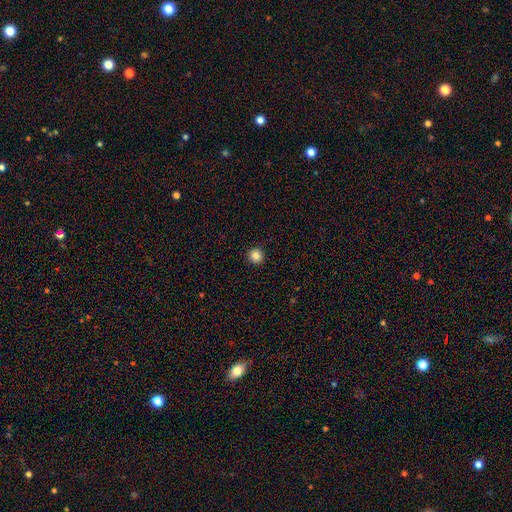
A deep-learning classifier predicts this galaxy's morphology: This appears to be a smooth galaxy with no disk features (84%) that is round (95%). Merging: none (94%).